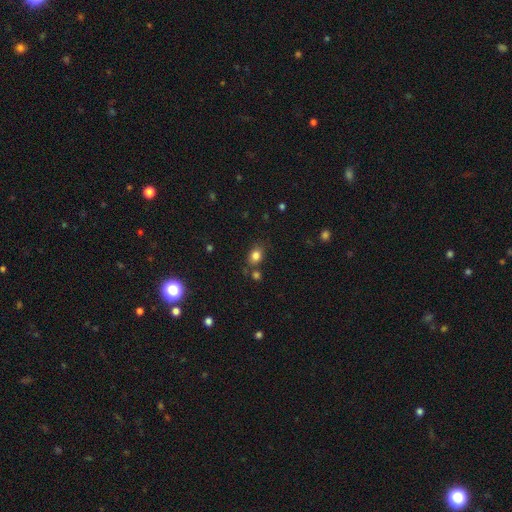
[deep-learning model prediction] This appears to be a smooth galaxy with no disk features (82%) that is in between round and cigar-shaped (60%). Merging: none (71%).